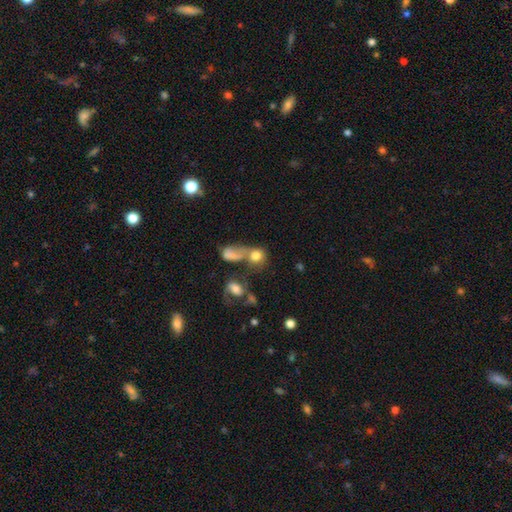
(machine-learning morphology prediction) Smooth or featured? Predicted: smooth (p=0.71). How rounded? Predicted: round (p=0.67). Merging? Predicted: merger (p=0.49).